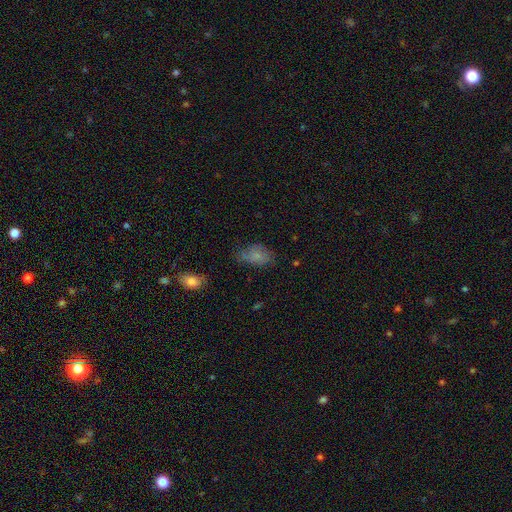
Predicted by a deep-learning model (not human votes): smooth-or-featured: smooth: 75% | featured or disk: 14% | star or artifact: 11%
  how-rounded: in between: 90% | round: 7% | cigar-shaped: 2%
  merging: none: 55% | minor disturbance: 31% | major disturbance: 11% | merger: 3%